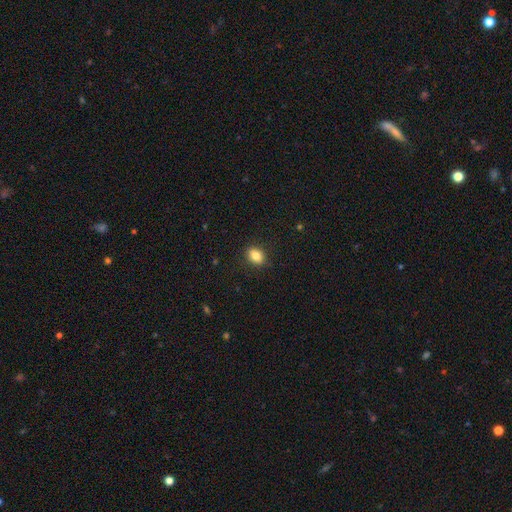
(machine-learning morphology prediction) Smooth or featured?
  - smooth: 86% *
  - star or artifact: 9%
  - featured or disk: 5%
How rounded?
  - in between: 68% *
  - round: 30%
  - cigar-shaped: 1%
Merging?
  - none: 86% *
  - minor disturbance: 11%
  - major disturbance: 3%
  - merger: 1%